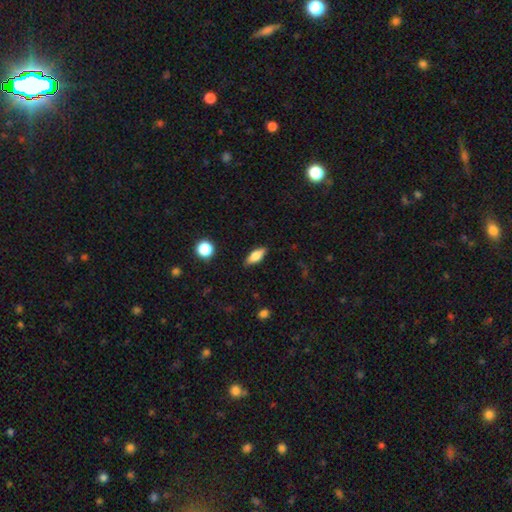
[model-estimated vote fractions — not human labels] The model was most divided on "smooth or featured": smooth: 71%, featured or disk: 21%, star or artifact: 8%. More confident: merging — none (85%); how rounded — in between (75%).